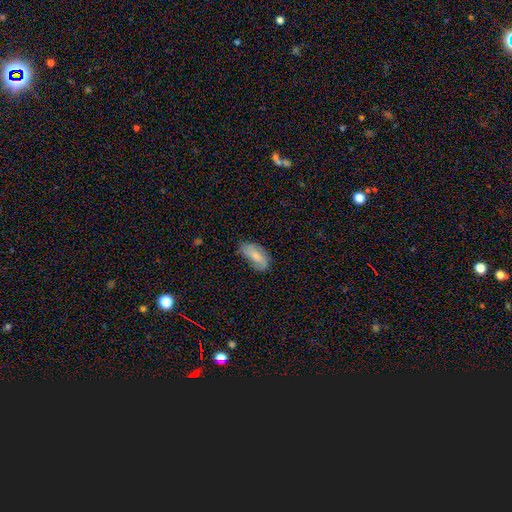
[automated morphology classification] This appears to be a smooth galaxy with no disk features (72%) that is in between round and cigar-shaped (90%). Merging: none (54%).